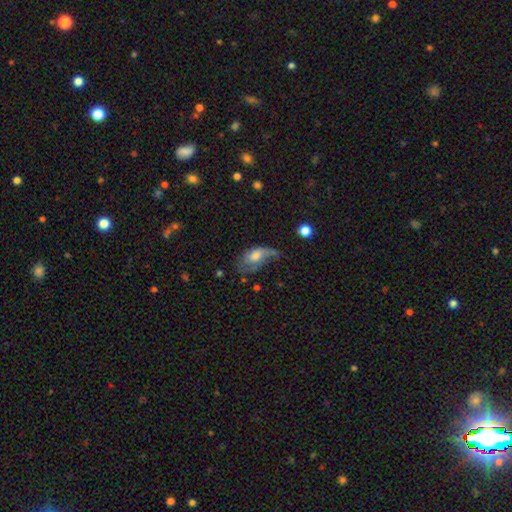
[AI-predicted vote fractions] A featured or disk galaxy (49%). Merging: major disturbance (34%).